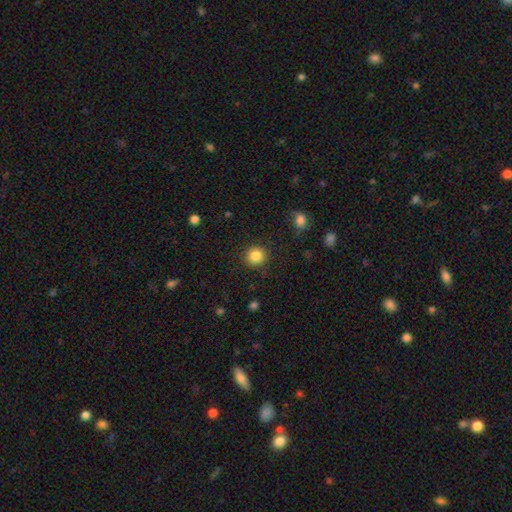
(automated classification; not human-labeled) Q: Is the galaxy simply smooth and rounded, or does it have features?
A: smooth — 85%.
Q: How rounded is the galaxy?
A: round — 93%.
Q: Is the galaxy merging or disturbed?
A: none — 90%.